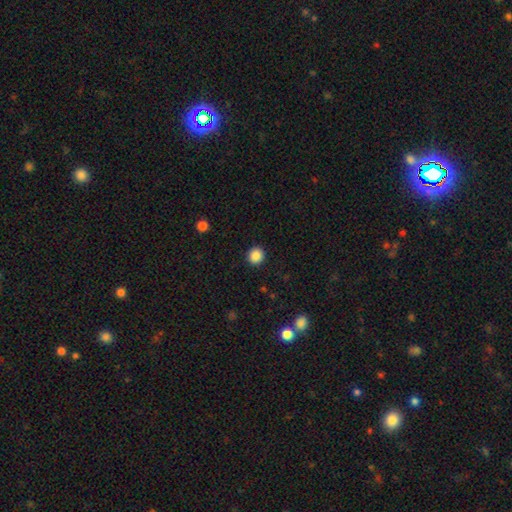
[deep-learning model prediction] This appears to be a smooth galaxy with no disk features (87%) that is round (89%). Merging: none (92%).